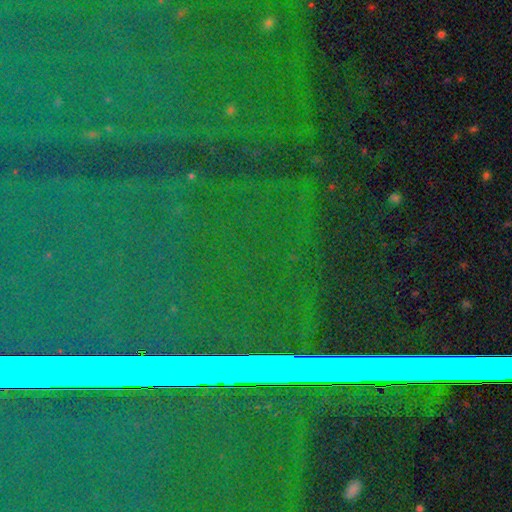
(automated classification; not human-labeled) A star or artifact, not a galaxy (85%).

Vote fractions:
- Smooth or featured? star or artifact: 85% / featured or disk: 8% / smooth: 7%